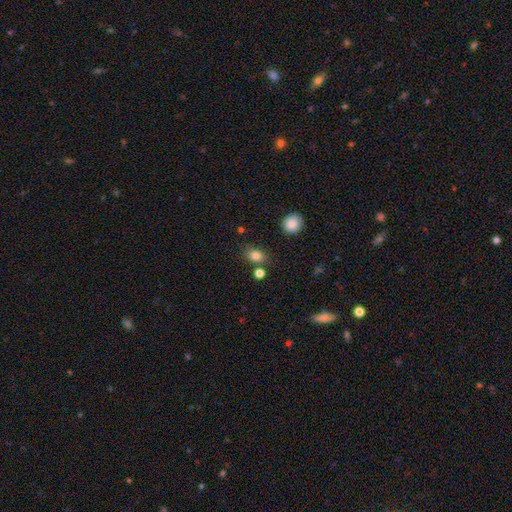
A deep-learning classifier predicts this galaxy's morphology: Smooth or featured?
  - smooth: 81% *
  - star or artifact: 12%
  - featured or disk: 7%
How rounded?
  - in between: 61% *
  - round: 38%
  - cigar-shaped: 1%
Merging?
  - none: 74% *
  - minor disturbance: 13%
  - merger: 9%
  - major disturbance: 4%